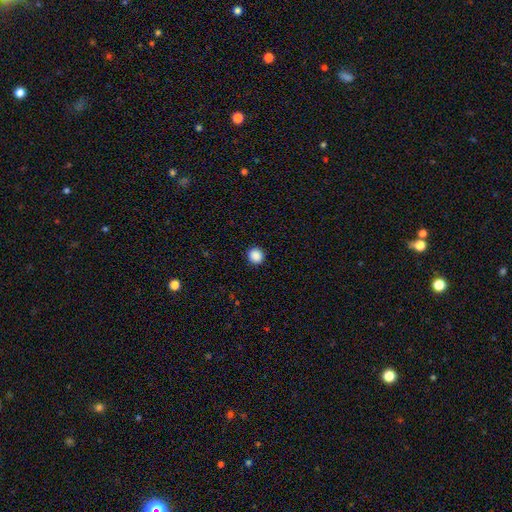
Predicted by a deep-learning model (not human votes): smooth 88%, star or artifact 9%, featured or disk 2%. Down the decision tree: how rounded — round (93%); merging — none (93%).